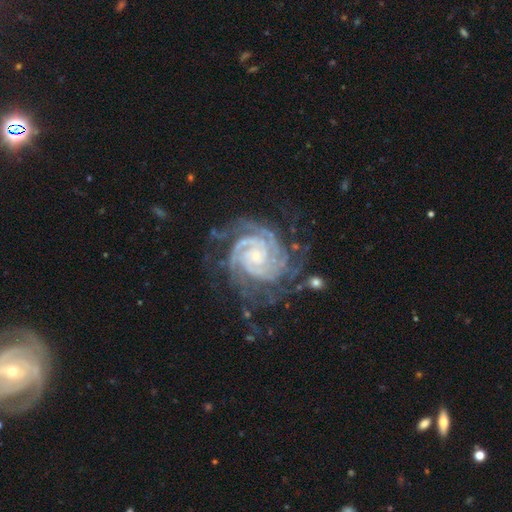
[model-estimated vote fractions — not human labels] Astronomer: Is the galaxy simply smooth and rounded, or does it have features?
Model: featured or disk — 92%.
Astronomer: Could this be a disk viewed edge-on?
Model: no — 98%.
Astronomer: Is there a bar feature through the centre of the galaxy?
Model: no — 69%.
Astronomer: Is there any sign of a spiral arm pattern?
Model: yes — 99%.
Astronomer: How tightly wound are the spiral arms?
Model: tight — 82%.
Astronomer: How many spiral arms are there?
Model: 3 — 24% (runner-up: 2, 23%).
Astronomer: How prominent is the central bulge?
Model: small — 77%.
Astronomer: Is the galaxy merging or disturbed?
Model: none — 69%.